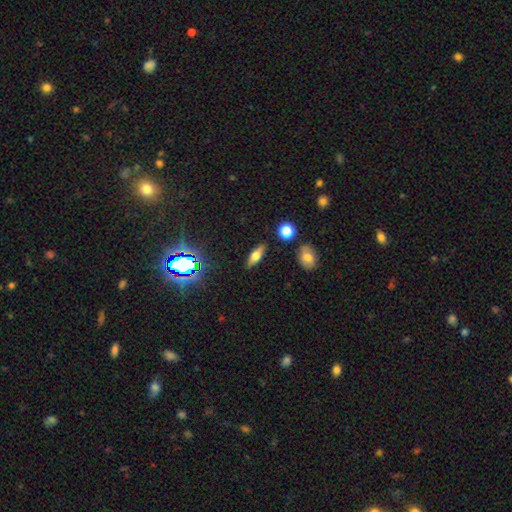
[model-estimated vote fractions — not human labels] The model was most divided on "smooth or featured": smooth: 59%, featured or disk: 29%, star or artifact: 12%. More confident: merging — none (85%); how rounded — in between (65%).